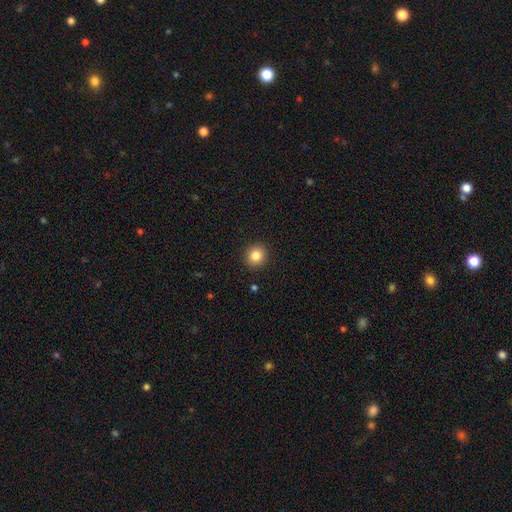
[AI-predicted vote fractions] Q: Smooth or featured?
A: smooth (84%); runner-up: star or artifact (10%)
Q: How rounded?
A: round (87%); runner-up: in between (12%)
Q: Merging?
A: none (92%); runner-up: minor disturbance (5%)